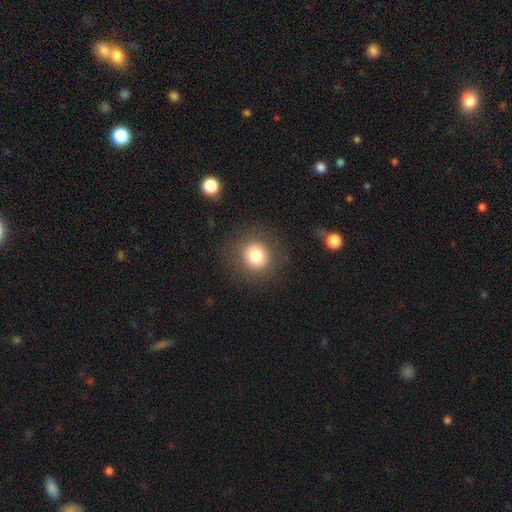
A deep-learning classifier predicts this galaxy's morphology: The model was most divided on "smooth or featured": smooth: 77%, featured or disk: 11%, star or artifact: 11%. More confident: how rounded — round (92%); merging — none (86%).